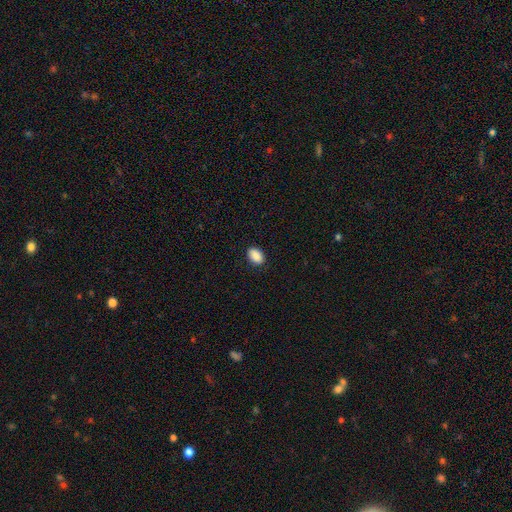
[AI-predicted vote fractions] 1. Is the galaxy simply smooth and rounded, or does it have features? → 90% smooth, 7% star or artifact, 3% featured or disk.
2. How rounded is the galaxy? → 88% in between, 11% round, 1% cigar-shaped.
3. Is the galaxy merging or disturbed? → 88% none, 9% minor disturbance, 2% major disturbance, 1% merger.